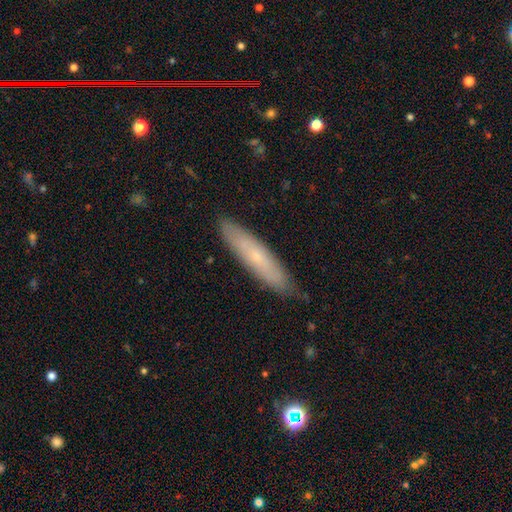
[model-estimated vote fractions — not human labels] Smooth or featured: smooth — 57% (featured or disk — 36%)
How rounded: cigar-shaped — 80% (in between — 18%)
Merging: none — 82% (minor disturbance — 14%)